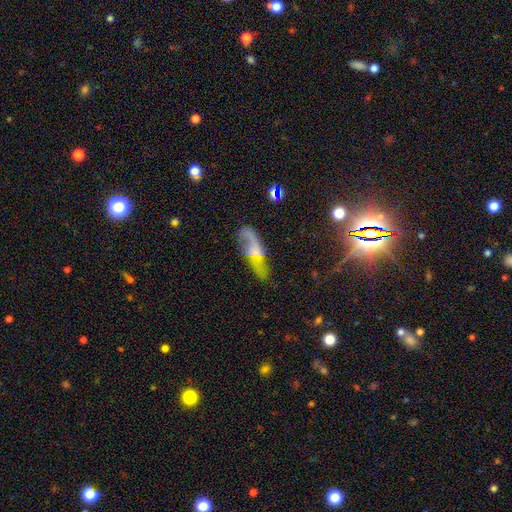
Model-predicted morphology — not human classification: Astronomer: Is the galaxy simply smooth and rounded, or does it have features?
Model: featured or disk — 57%.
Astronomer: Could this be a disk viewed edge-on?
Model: no — 77%.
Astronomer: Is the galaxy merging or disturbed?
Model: none — 54%.